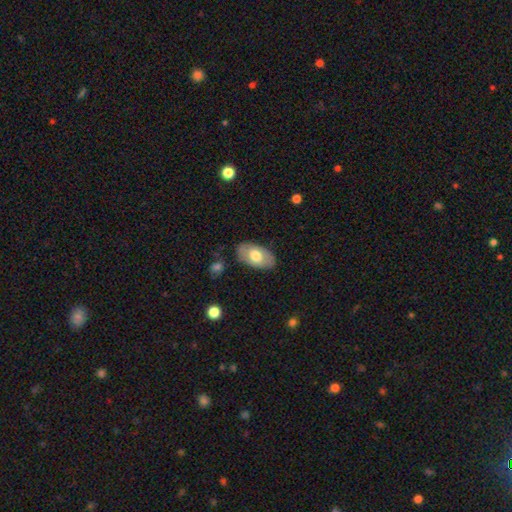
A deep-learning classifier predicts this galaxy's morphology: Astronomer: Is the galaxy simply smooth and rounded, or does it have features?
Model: smooth — 65%.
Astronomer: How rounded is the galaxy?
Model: in between — 94%.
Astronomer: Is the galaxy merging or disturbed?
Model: none — 83%.